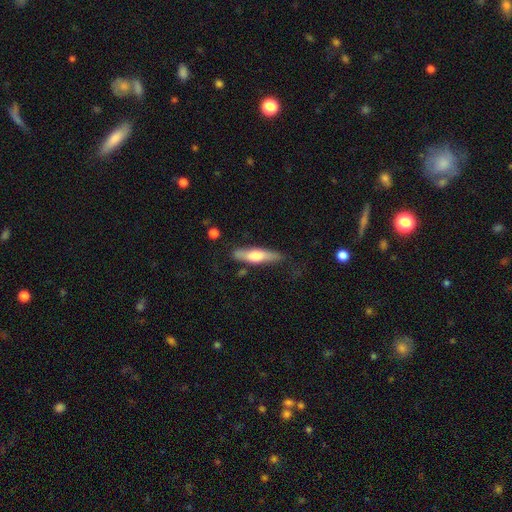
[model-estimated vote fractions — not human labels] A smooth galaxy with no disk features (52%) that is cigar-shaped (73%). Merging: none (74%).